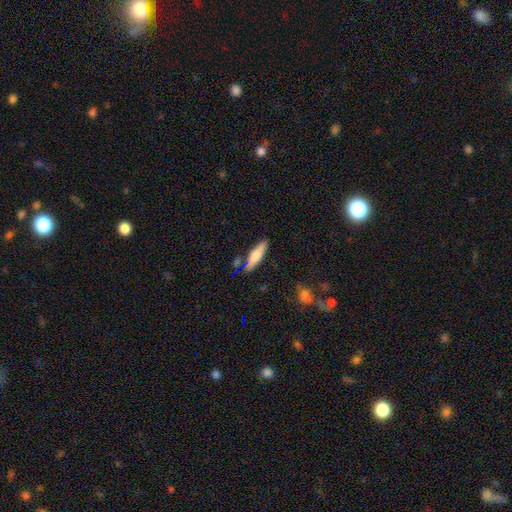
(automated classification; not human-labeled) Smooth or featured? smooth (66%)
How rounded? cigar-shaped (67%)
Merging? none (76%)